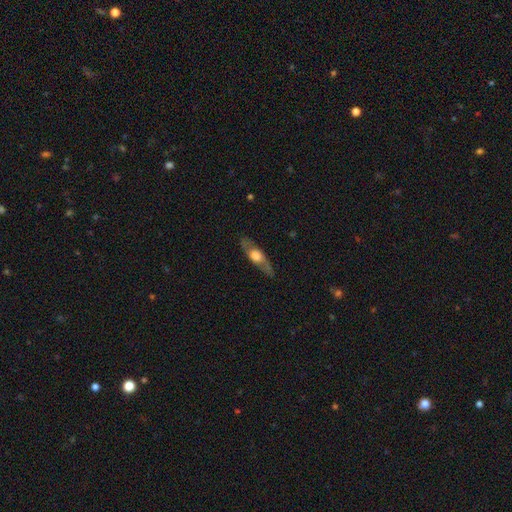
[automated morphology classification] smooth_or_featured: featured or disk (p=0.62) [alt: smooth p=0.33]
disk_edge_on: yes (p=0.65) [alt: no p=0.35]
merging: none (p=0.81) [alt: minor disturbance p=0.14]